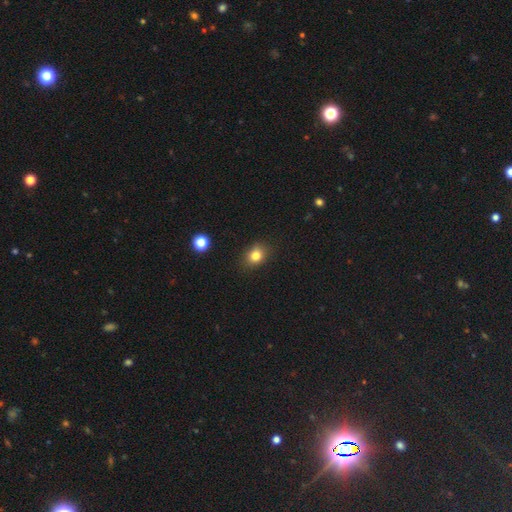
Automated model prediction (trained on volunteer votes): Q: Smooth or featured?
A: smooth (81%); runner-up: star or artifact (12%)
Q: How rounded?
A: round (52%); runner-up: in between (47%)
Q: Merging?
A: none (84%); runner-up: minor disturbance (12%)